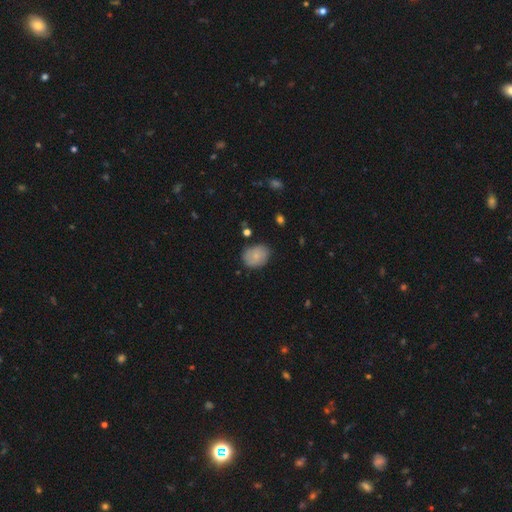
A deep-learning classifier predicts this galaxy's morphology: Q: Smooth or featured?
A: smooth (76%); runner-up: featured or disk (17%)
Q: How rounded?
A: in between (60%); runner-up: round (39%)
Q: Merging?
A: none (78%); runner-up: minor disturbance (17%)